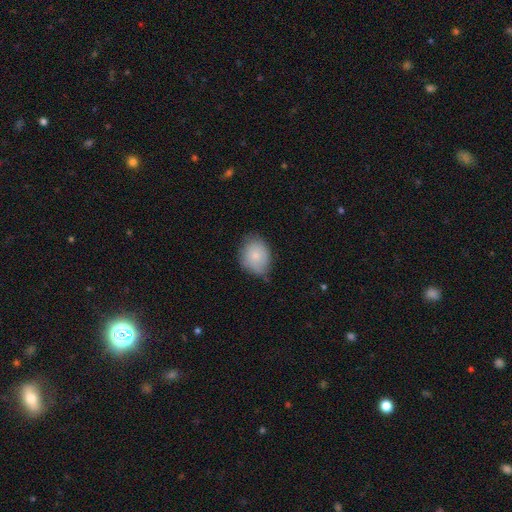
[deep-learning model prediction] Morphology: type=smooth (78%); roundness=in between (54%); merging=none (62%).